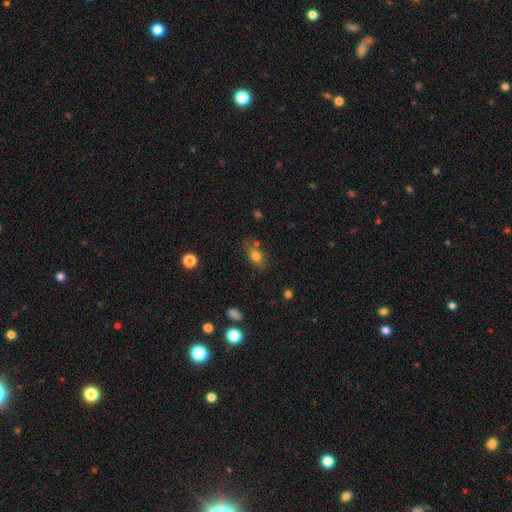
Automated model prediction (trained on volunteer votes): Smooth or featured?
  - smooth: 78% *
  - featured or disk: 11%
  - star or artifact: 11%
How rounded?
  - in between: 79% *
  - round: 17%
  - cigar-shaped: 5%
Merging?
  - none: 69% *
  - minor disturbance: 18%
  - merger: 8%
  - major disturbance: 5%